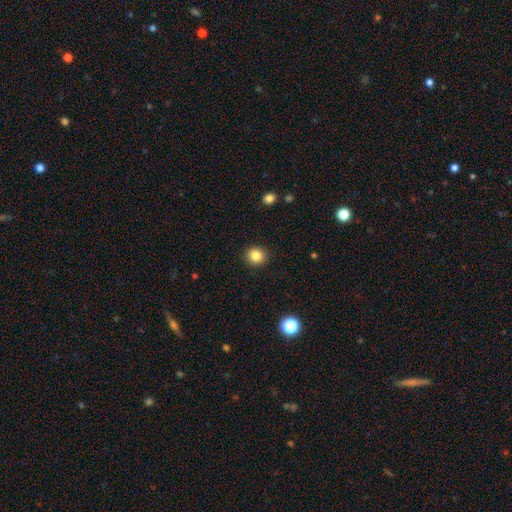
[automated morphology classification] Smooth or featured? smooth (84%)
How rounded? round (86%)
Merging? none (91%)